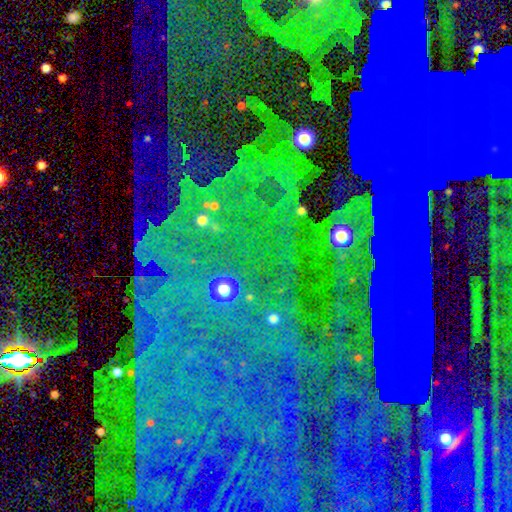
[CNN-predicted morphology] A star or artifact, not a galaxy (79%).

Vote fractions:
- Smooth or featured? star or artifact: 79% / smooth: 10% / featured or disk: 10%